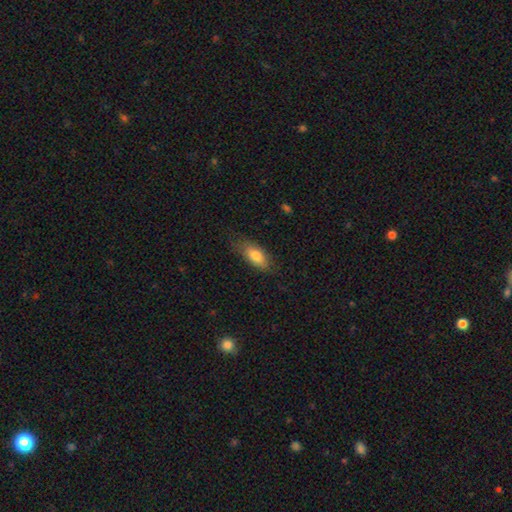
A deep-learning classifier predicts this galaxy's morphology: Smooth or featured? smooth (79%)
How rounded? in between (83%)
Merging? none (69%)